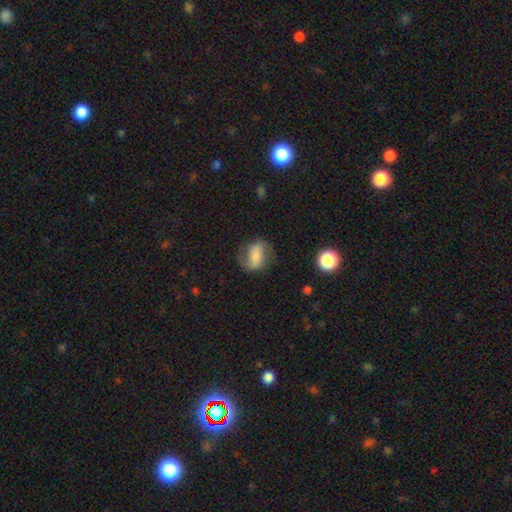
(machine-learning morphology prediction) Smooth or featured: smooth — 52% (featured or disk — 39%)
How rounded: in between — 68% (round — 29%)
Merging: none — 60% (minor disturbance — 23%)